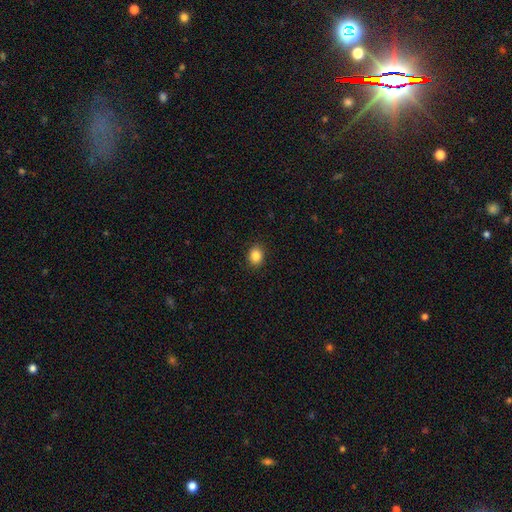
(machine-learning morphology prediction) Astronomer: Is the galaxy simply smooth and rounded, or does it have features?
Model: smooth — 86%.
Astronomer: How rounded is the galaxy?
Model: round — 52% (runner-up: in between, 47%).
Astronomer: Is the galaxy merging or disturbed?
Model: none — 90%.